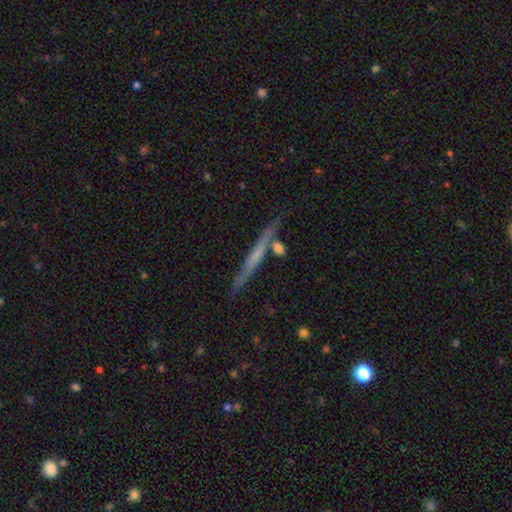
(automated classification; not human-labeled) This appears to be a featured or disk galaxy (56%) viewed edge-on (95%) with no central bulge (71%). Merging: none (78%).